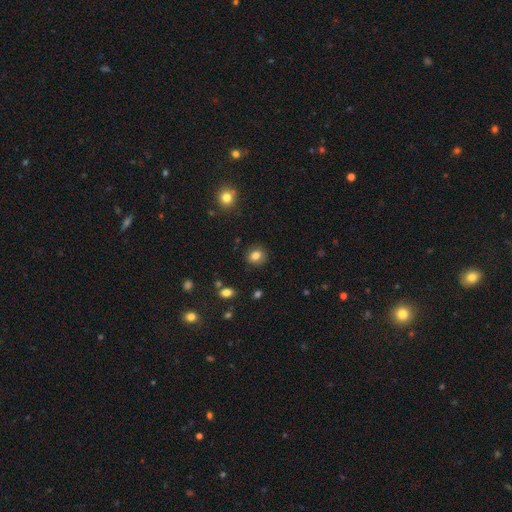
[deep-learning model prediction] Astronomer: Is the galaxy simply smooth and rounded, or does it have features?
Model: smooth — 81%.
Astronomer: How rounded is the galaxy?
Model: round — 75%.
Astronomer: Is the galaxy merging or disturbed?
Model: none — 86%.